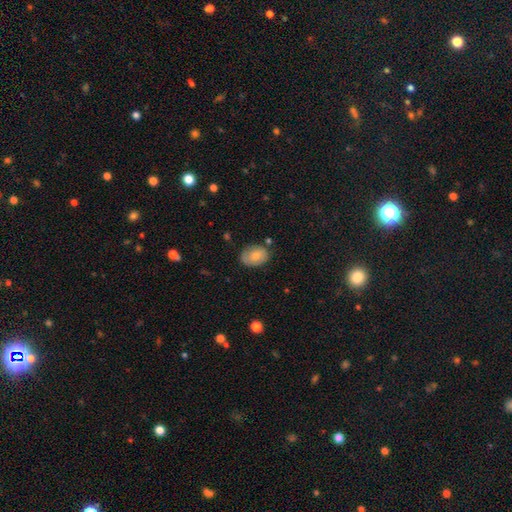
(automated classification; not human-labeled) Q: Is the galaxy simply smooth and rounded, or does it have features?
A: smooth — 73%.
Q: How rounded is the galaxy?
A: in between — 76%.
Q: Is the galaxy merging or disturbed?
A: none — 74%.